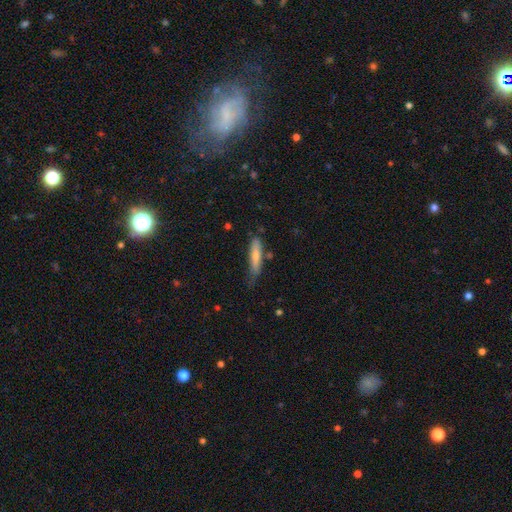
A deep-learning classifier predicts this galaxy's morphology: Smooth or featured? smooth (68%)
How rounded? cigar-shaped (81%)
Merging? none (57%)